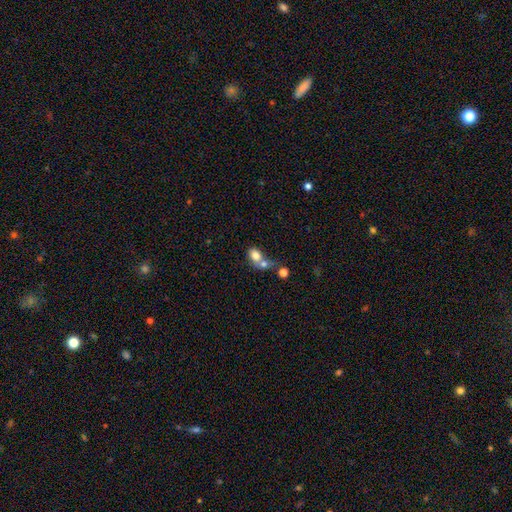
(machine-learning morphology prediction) Q: Smooth or featured?
A: smooth (76%); runner-up: featured or disk (15%)
Q: How rounded?
A: in between (60%); runner-up: round (39%)
Q: Merging?
A: merger (62%); runner-up: none (23%)